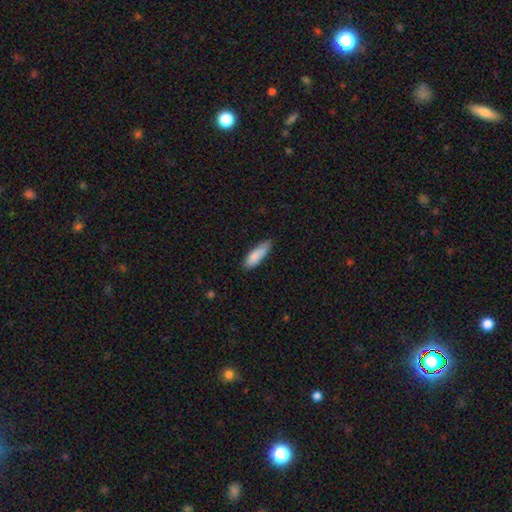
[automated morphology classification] type=smooth (86%); roundness=in between (53%); merging=none (72%).